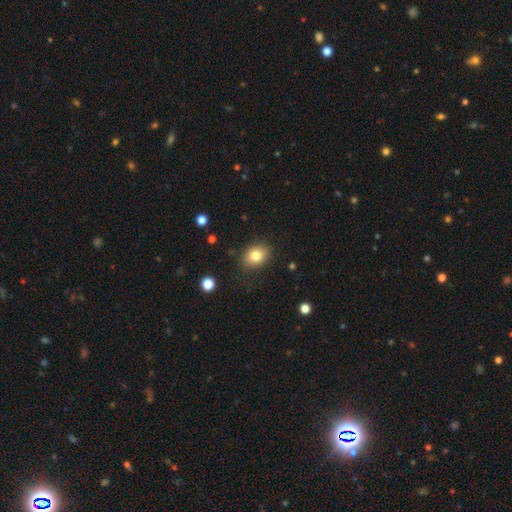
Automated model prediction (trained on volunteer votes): Morphology: type=smooth (80%); roundness=in between (59%); merging=none (83%).